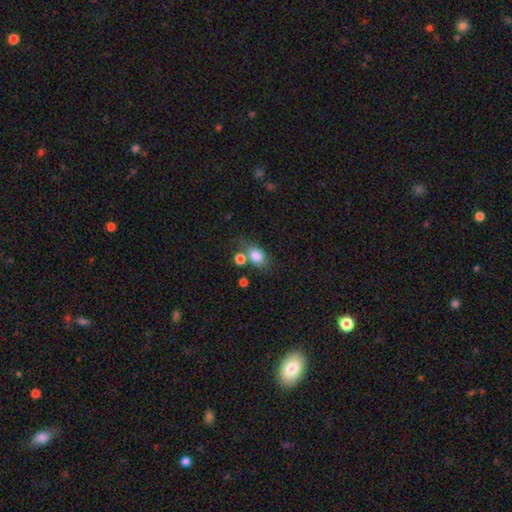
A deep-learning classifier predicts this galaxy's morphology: Overall: smooth (81%). How rounded: in between (70%). Merging: none (54%; merger 21%).